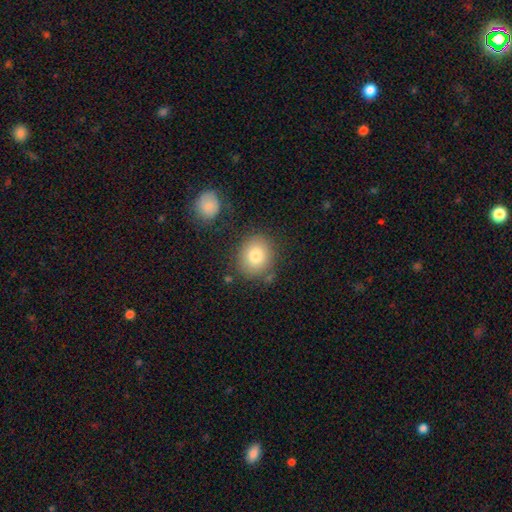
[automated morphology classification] smooth 80%, featured or disk 10%, star or artifact 10%. Down the decision tree: how rounded — round (71%); merging — none (79%).